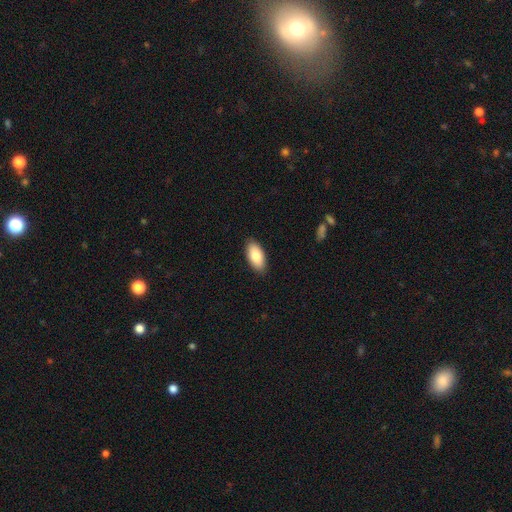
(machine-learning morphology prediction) A smooth galaxy with no disk features (83%) that is in between round and cigar-shaped (93%).

Vote fractions:
- Smooth or featured? smooth: 83% / featured or disk: 11% / star or artifact: 6%
- How rounded? in between: 93% / cigar-shaped: 5% / round: 2%
- Merging? none: 89% / minor disturbance: 9% / major disturbance: 2% / merger: 1%